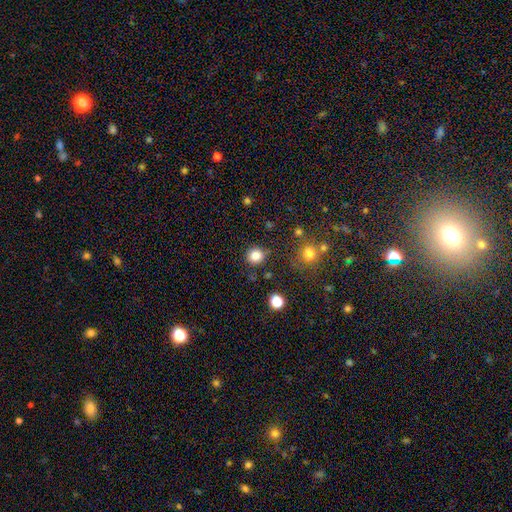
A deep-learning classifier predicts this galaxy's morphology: Overall: smooth (83%). How rounded: round (90%). Merging: none (85%).